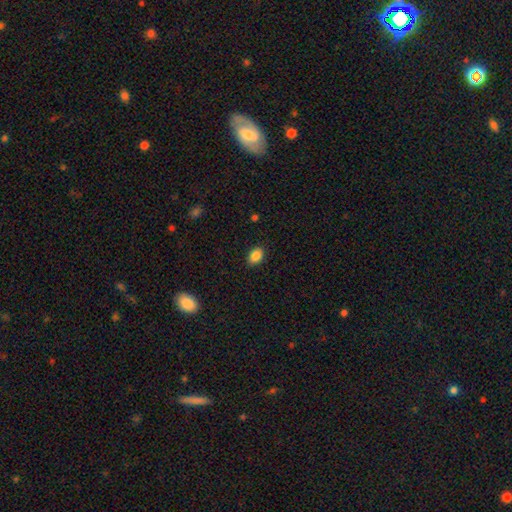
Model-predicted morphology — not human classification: This appears to be a smooth galaxy with no disk features (87%) that is in between round and cigar-shaped (76%). Merging: none (88%).